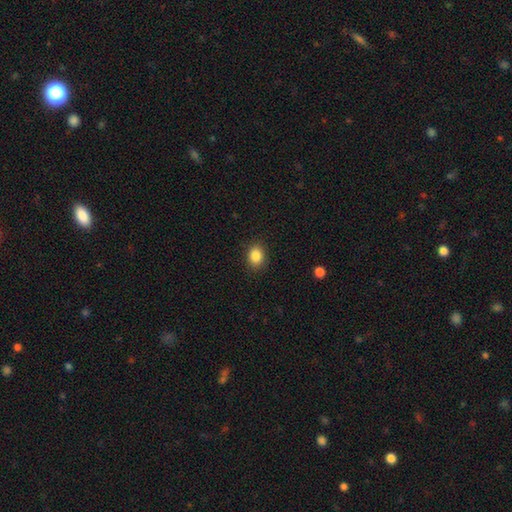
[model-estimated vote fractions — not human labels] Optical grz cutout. It shows a smooth galaxy with no disk features (87%) that is in between round and cigar-shaped (59%). Merging: none (88%).